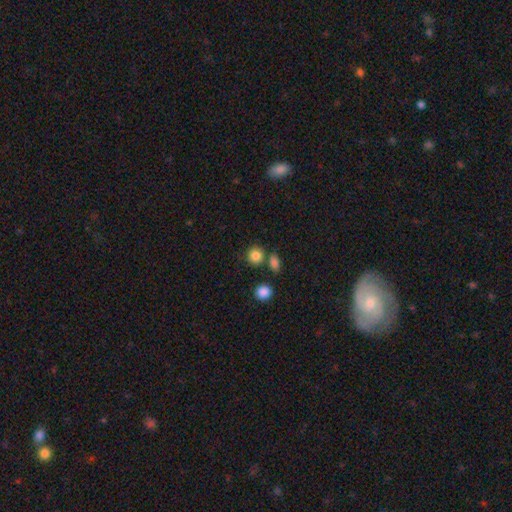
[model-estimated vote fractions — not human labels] Morphology: type=smooth (85%); roundness=round (84%); merging=none (73%).